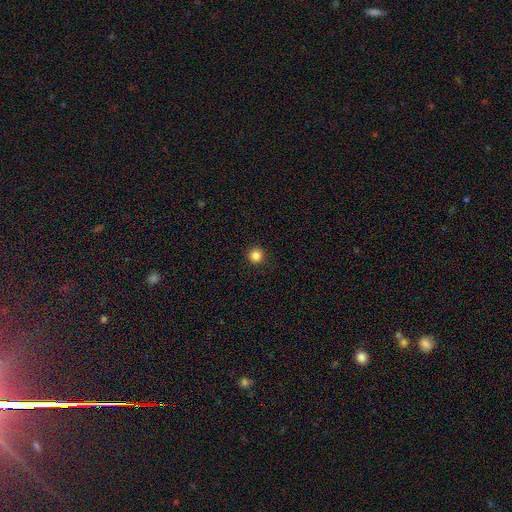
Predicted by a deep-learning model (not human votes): Smooth or featured? smooth (85%)
How rounded? round (96%)
Merging? none (93%)